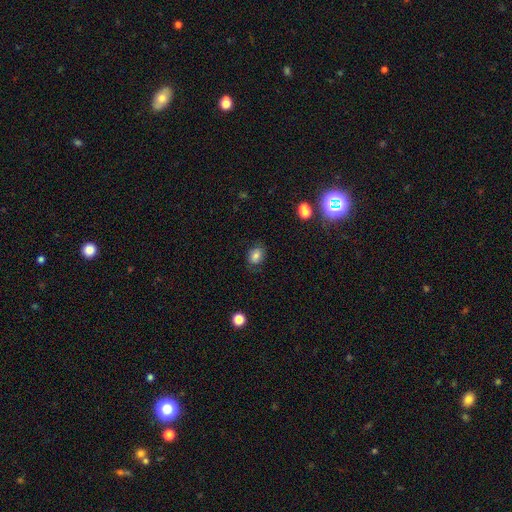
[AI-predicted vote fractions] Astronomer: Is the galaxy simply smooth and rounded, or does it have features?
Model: smooth — 76%.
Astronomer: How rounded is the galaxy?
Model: in between — 62%.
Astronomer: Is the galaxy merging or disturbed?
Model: none — 76%.